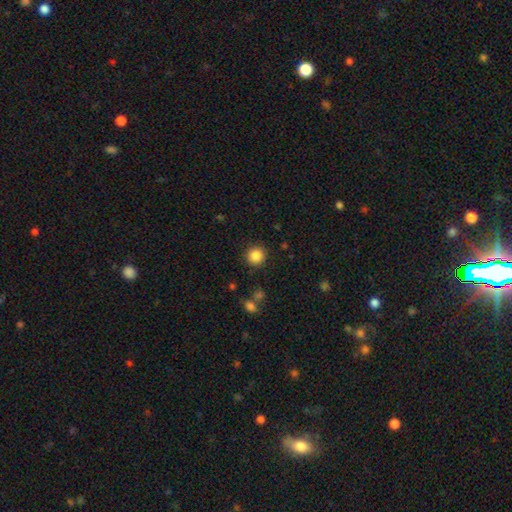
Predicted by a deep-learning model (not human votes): Smooth or featured? Predicted: smooth (p=0.86). How rounded? Predicted: round (p=0.93). Merging? Predicted: none (p=0.90).